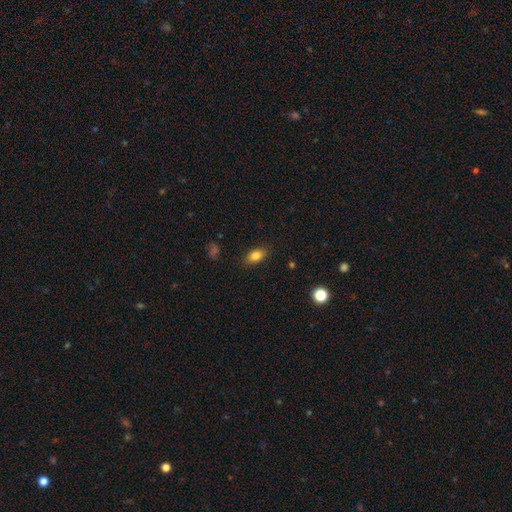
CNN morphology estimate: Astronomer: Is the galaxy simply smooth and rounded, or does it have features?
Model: smooth — 82%.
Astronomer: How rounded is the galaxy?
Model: in between — 87%.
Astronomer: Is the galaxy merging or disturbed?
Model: none — 86%.